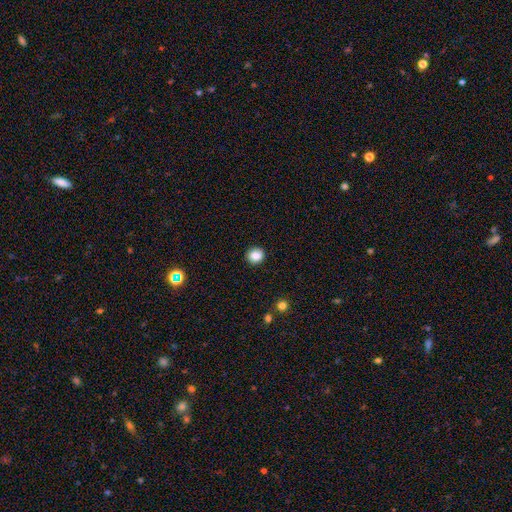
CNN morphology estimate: Smooth or featured? smooth (85%)
How rounded? round (84%)
Merging? none (91%)